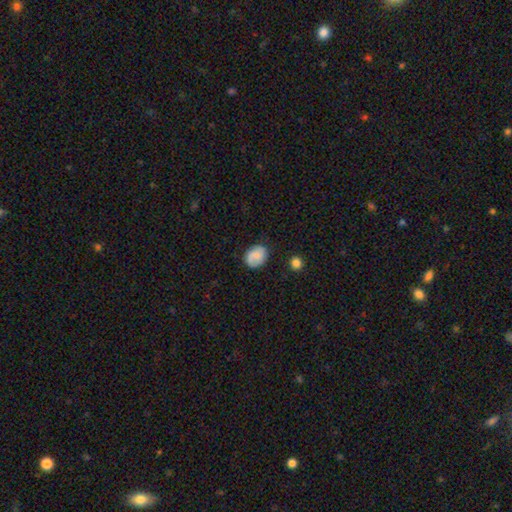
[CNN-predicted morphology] smooth-or-featured: smooth: 68% | featured or disk: 24% | star or artifact: 8%
  how-rounded: round: 50% | in between: 49% | cigar-shaped: 1%
  merging: none: 75% | minor disturbance: 19% | major disturbance: 4% | merger: 2%